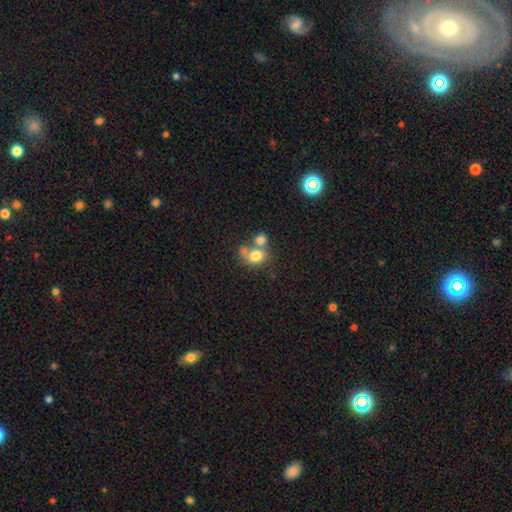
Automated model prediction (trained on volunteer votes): smooth_or_featured: smooth (p=0.75) [alt: featured or disk p=0.14]
how_rounded: round (p=0.59) [alt: in between p=0.40]
merging: merger (p=0.48) [alt: none p=0.36]